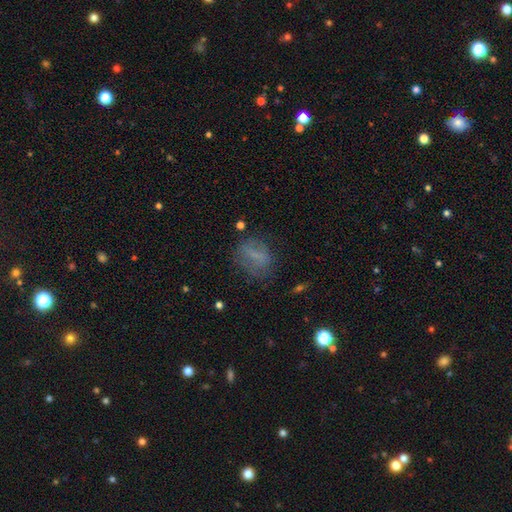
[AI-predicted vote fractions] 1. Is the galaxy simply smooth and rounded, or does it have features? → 56% smooth, 28% featured or disk, 16% star or artifact.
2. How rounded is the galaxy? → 60% in between, 34% round, 6% cigar-shaped.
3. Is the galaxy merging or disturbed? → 62% none, 20% minor disturbance, 14% major disturbance, 3% merger.